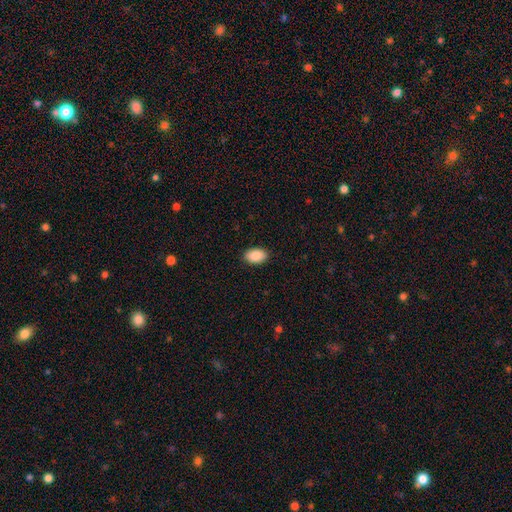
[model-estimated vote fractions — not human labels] Overall: smooth (90%). How rounded: in between (91%). Merging: none (90%).